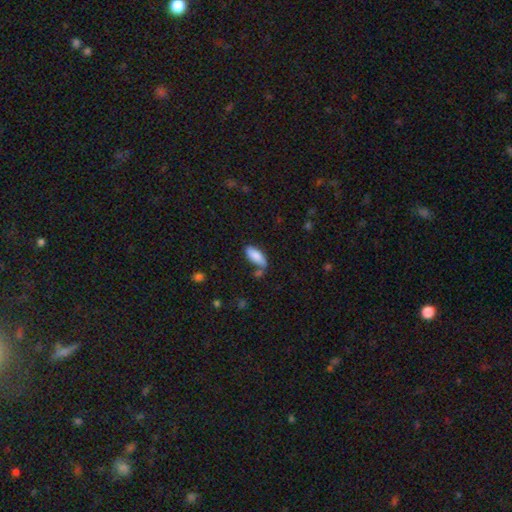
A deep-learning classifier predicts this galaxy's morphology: The model was most divided on "merging": none: 57%, minor disturbance: 23%, merger: 13%, major disturbance: 7%. More confident: smooth or featured — smooth (83%); how rounded — in between (82%).